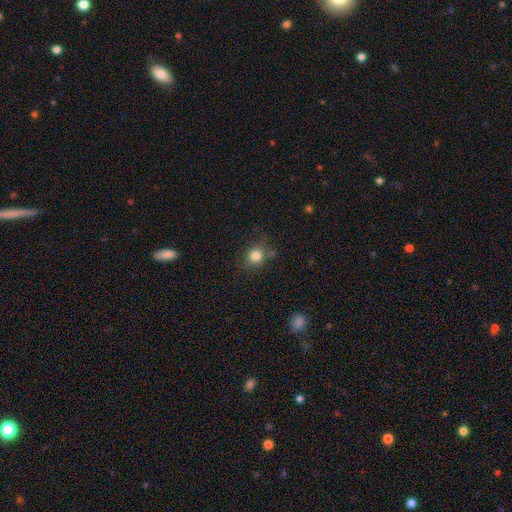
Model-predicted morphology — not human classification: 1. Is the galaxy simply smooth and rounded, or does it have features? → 82% smooth, 12% star or artifact, 7% featured or disk.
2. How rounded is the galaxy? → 80% round, 19% in between, 1% cigar-shaped.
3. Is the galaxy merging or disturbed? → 77% none, 15% minor disturbance, 4% merger, 4% major disturbance.